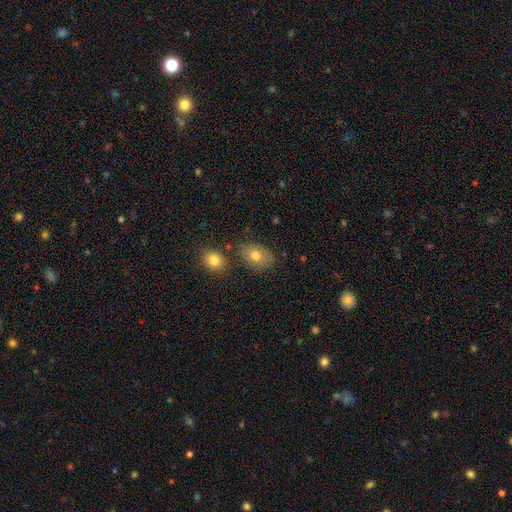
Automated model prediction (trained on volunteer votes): Smooth or featured: smooth — 75% (featured or disk — 16%)
How rounded: in between — 79% (round — 20%)
Merging: none — 72% (minor disturbance — 16%)